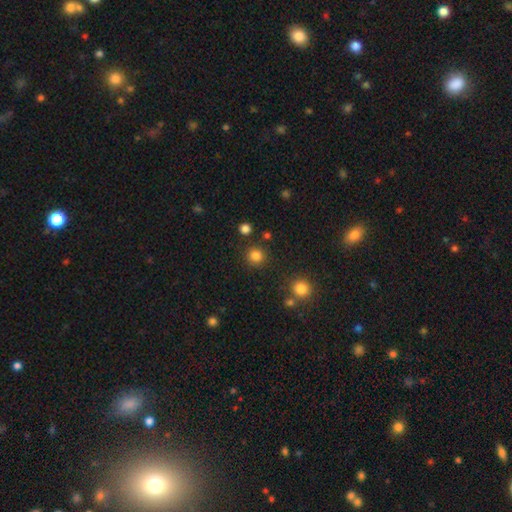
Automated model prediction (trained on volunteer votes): Smooth or featured? smooth (83%)
How rounded? round (92%)
Merging? none (87%)